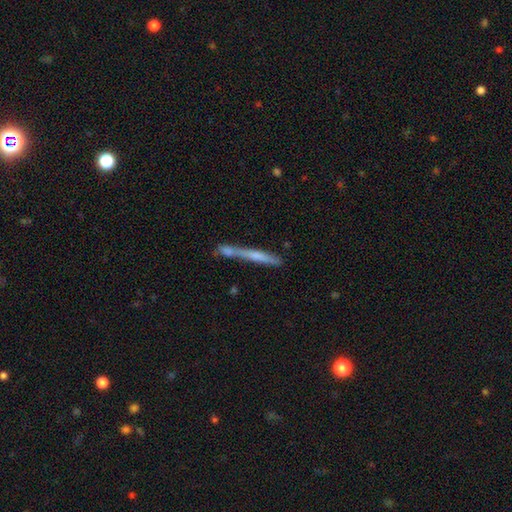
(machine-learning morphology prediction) A smooth galaxy with no disk features (47%).

Vote fractions:
- Smooth or featured? smooth: 47% / featured or disk: 45% / star or artifact: 8%
- Merging? none: 50% / merger: 32% / minor disturbance: 13% / major disturbance: 6%